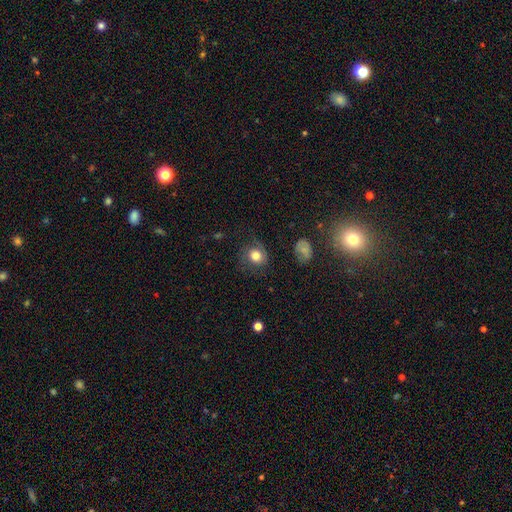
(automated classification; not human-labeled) Morphology: type=smooth (69%); roundness=round (75%); merging=none (62%).